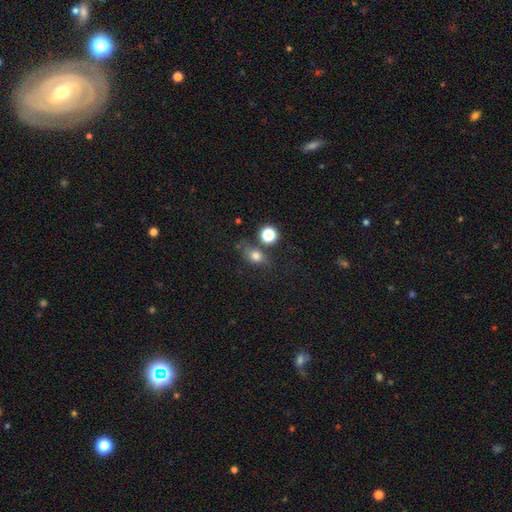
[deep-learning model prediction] Q: Smooth or featured?
A: smooth (74%); runner-up: star or artifact (14%)
Q: How rounded?
A: in between (53%); runner-up: round (43%)
Q: Merging?
A: none (57%); runner-up: minor disturbance (20%)